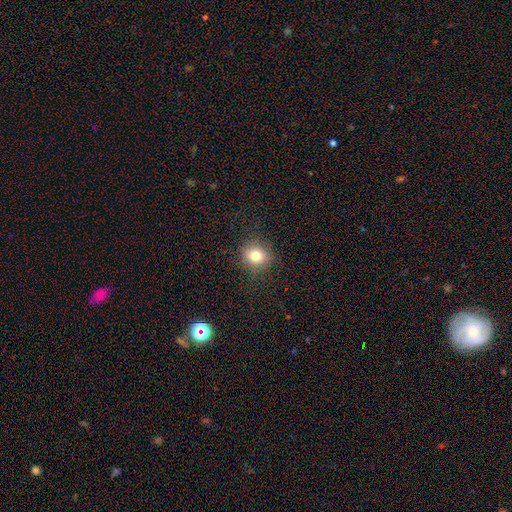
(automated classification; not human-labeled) Smooth or featured?
  - smooth: 78% *
  - star or artifact: 14%
  - featured or disk: 8%
How rounded?
  - round: 79% *
  - in between: 20%
  - cigar-shaped: 1%
Merging?
  - none: 86% *
  - minor disturbance: 10%
  - major disturbance: 4%
  - merger: 1%